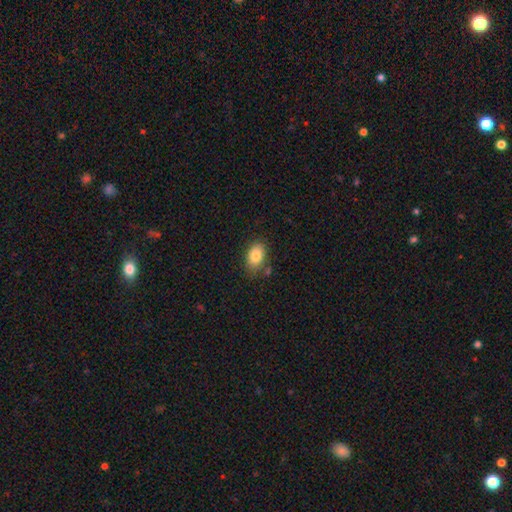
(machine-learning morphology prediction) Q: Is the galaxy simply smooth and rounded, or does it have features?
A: smooth — 83%.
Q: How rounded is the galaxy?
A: in between — 86%.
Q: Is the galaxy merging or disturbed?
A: none — 77%.